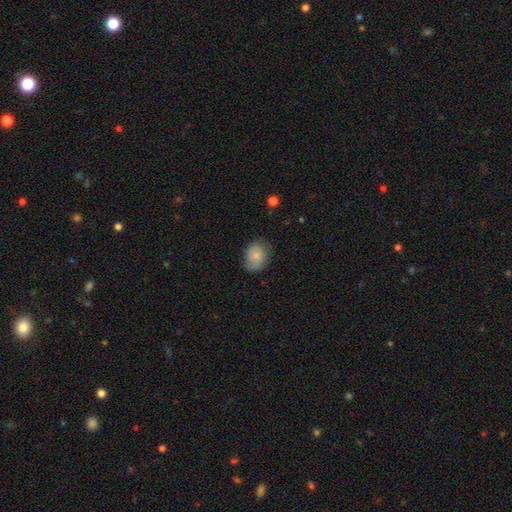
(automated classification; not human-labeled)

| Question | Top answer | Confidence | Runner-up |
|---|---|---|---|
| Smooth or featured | smooth | 75% | featured or disk (17%) |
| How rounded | in between | 56% | round (43%) |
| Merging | none | 62% | minor disturbance (28%) |